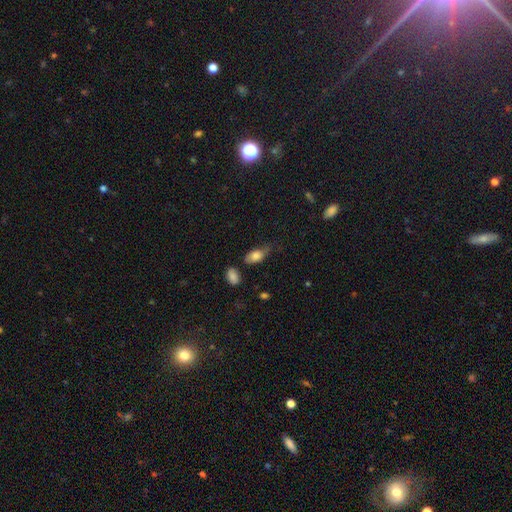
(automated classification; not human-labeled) This is likely a smooth galaxy (78%). How rounded: clearly in between (88%). Merging: marginally none (42%).